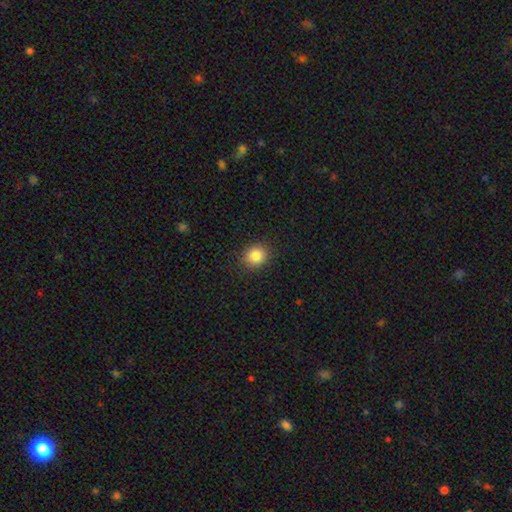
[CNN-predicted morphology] Smooth or featured? smooth (85%)
How rounded? round (80%)
Merging? none (89%)